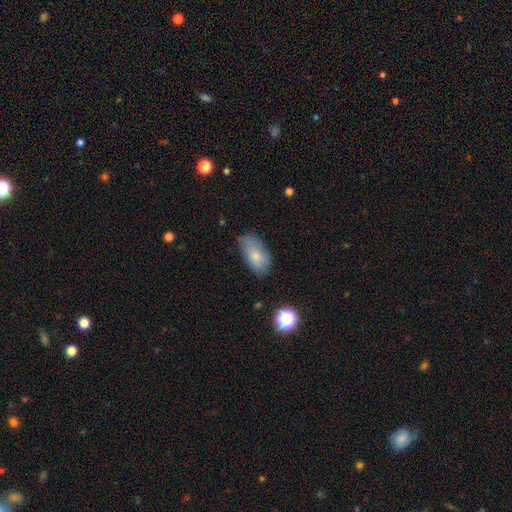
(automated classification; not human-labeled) smooth_or_featured: smooth (p=0.77) [alt: featured or disk p=0.15]
how_rounded: in between (p=0.92) [alt: round p=0.05]
merging: none (p=0.71) [alt: minor disturbance p=0.22]